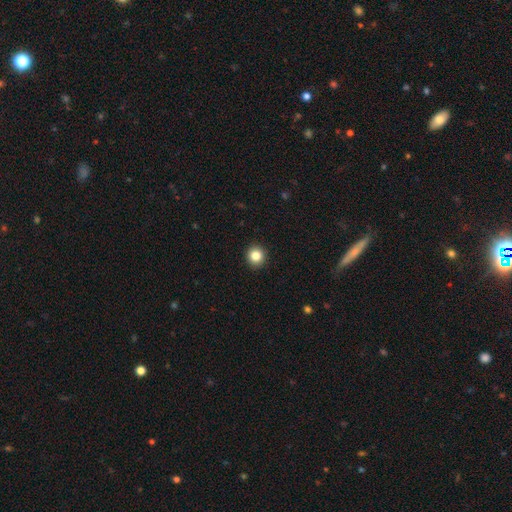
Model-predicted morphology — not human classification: type=smooth (84%); roundness=round (93%); merging=none (93%).